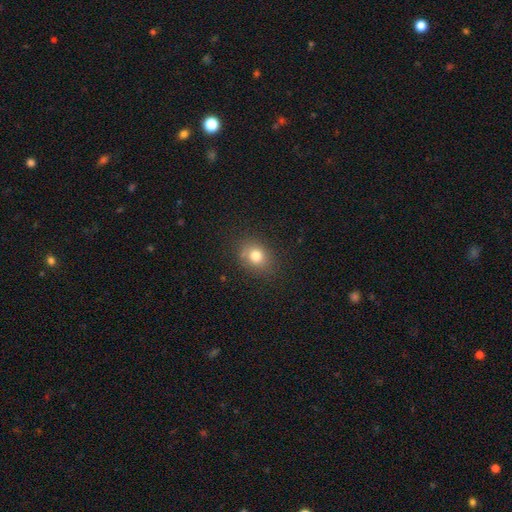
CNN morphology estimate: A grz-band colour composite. It shows a smooth galaxy with no disk features (78%) that is round (55%). Merging: none (77%).